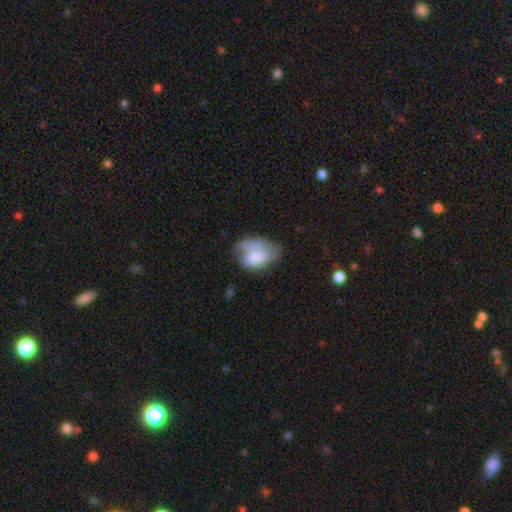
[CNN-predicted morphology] smooth-or-featured: smooth: 62% | featured or disk: 31% | star or artifact: 8%
  how-rounded: in between: 85% | round: 13% | cigar-shaped: 2%
  merging: major disturbance: 31% (tied) | minor disturbance: 31% (tied) | none: 31% (tied) | merger: 6%